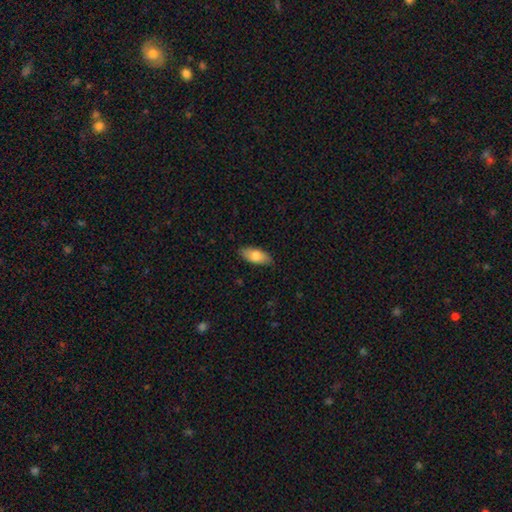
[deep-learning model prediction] This appears to be a smooth galaxy with no disk features (79%) that is in between round and cigar-shaped (86%). Merging: none (86%).